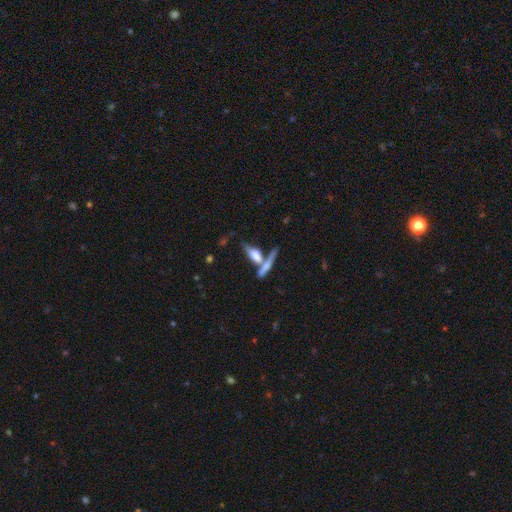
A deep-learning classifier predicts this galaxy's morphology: A smooth galaxy with no disk features (50%).

Vote fractions:
- Smooth or featured? smooth: 50% / featured or disk: 41% / star or artifact: 9%
- Merging? none: 45% / merger: 38% / minor disturbance: 11% / major disturbance: 6%